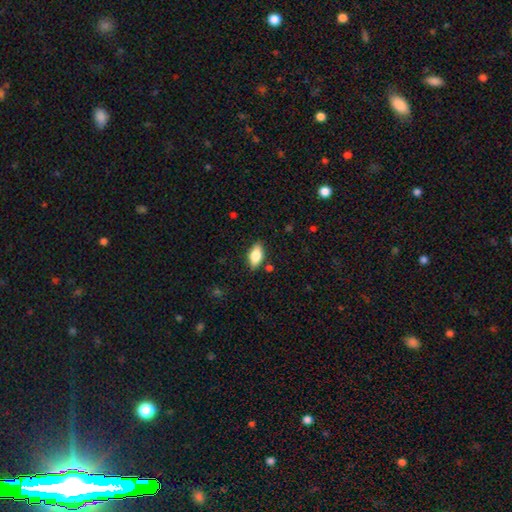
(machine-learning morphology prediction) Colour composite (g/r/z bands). It shows a smooth galaxy with no disk features (78%) that is in between round and cigar-shaped (89%). Merging: none (84%).